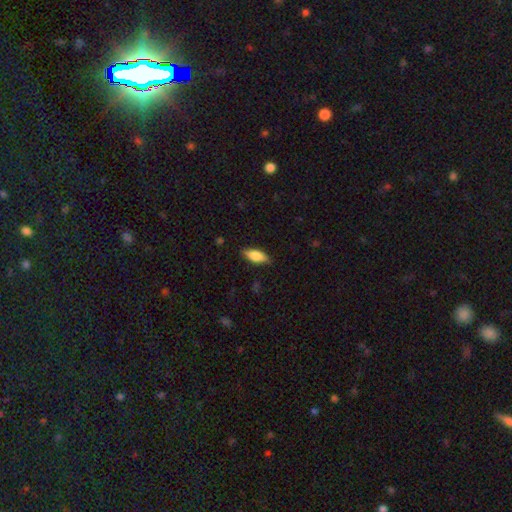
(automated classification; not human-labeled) This is likely a smooth galaxy (78%). How rounded: likely in between (77%). Merging: clearly none (83%).